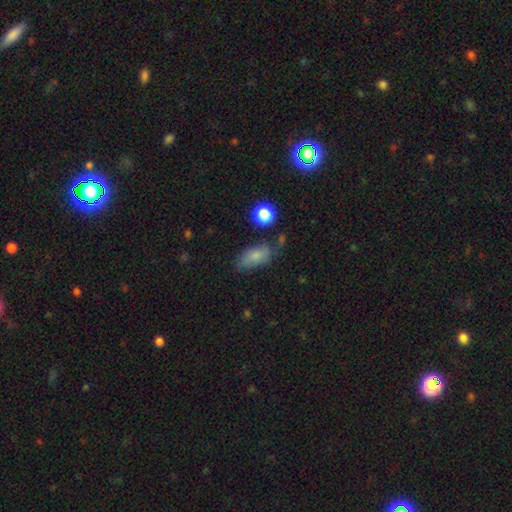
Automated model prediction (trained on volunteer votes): This is likely a smooth galaxy (78%). How rounded: clearly in between (86%). Merging: likely none (61%).